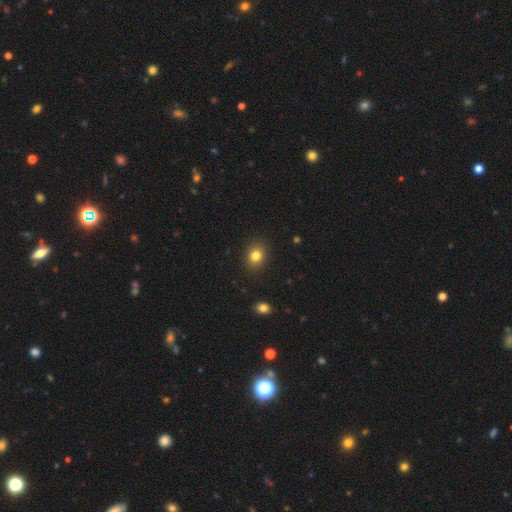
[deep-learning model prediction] Morphology: type=smooth (82%); roundness=round (53%); merging=none (89%).